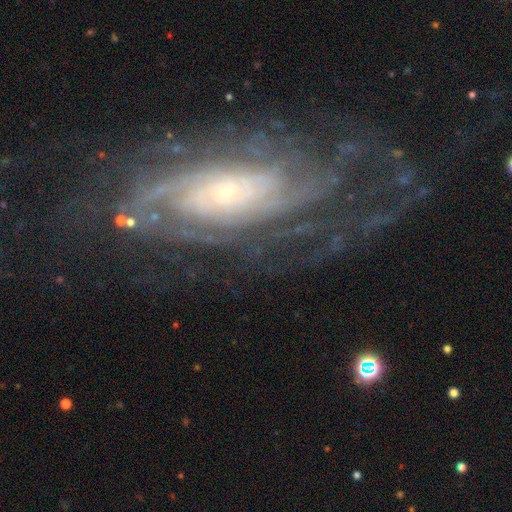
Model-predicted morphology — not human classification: featured or disk 88%, star or artifact 6%, smooth 6%. Down the decision tree: edge-on disk — no (92%); bar — no (67%); spiral arms — yes (96%); spiral arm count — can't tell (37%); spiral winding — tight (69%); bulge size — small (60%); merging — none (70%).